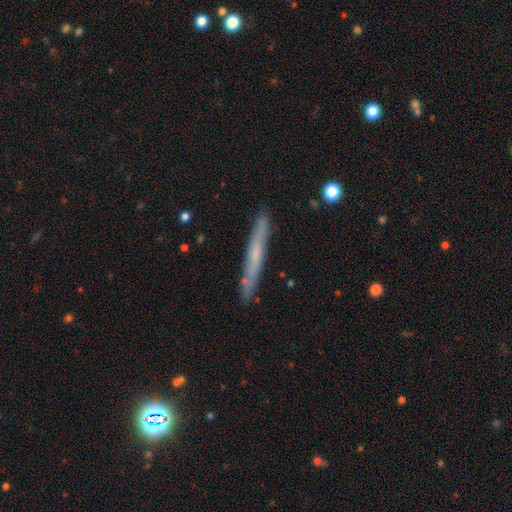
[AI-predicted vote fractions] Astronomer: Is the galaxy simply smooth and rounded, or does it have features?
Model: featured or disk — 52% (runner-up: smooth, 36%).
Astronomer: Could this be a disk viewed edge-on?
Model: yes — 92%.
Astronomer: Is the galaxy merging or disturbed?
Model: none — 86%.